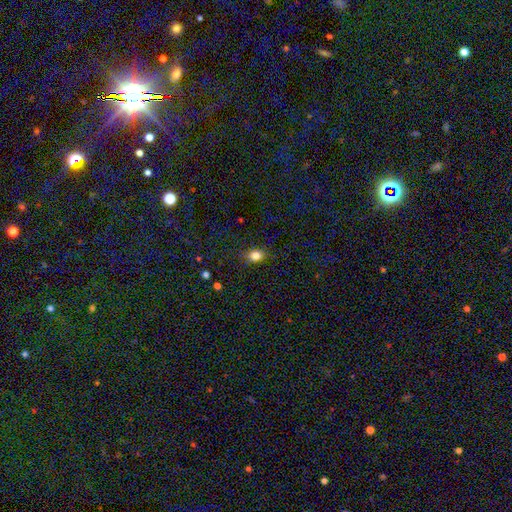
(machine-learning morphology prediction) This is clearly a smooth galaxy (83%). How rounded: possibly in between (53%). Merging: clearly none (83%).